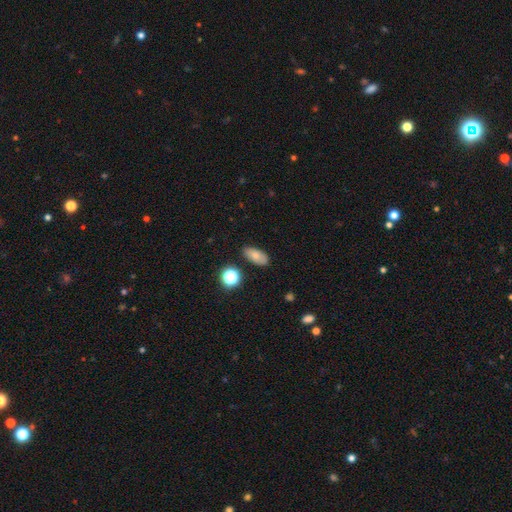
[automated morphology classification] A smooth galaxy with no disk features (74%) that is in between round and cigar-shaped (87%).

Vote fractions:
- Smooth or featured? smooth: 74% / featured or disk: 14% / star or artifact: 11%
- How rounded? in between: 87% / round: 7% / cigar-shaped: 5%
- Merging? none: 82% / minor disturbance: 12% / major disturbance: 3% / merger: 2%